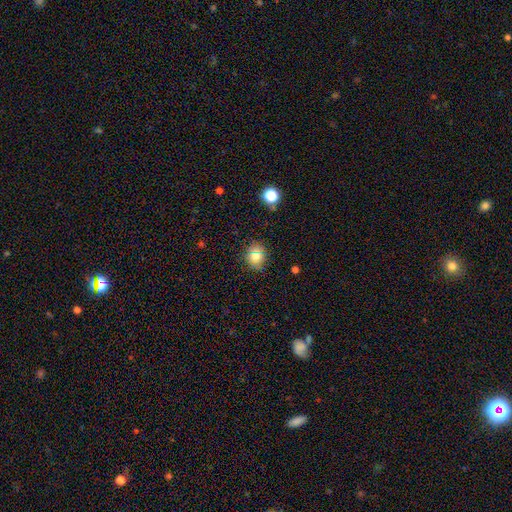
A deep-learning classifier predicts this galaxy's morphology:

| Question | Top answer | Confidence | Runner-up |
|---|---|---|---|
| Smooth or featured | smooth | 74% | star or artifact (17%) |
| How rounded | round | 76% | in between (22%) |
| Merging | none | 83% | minor disturbance (12%) |